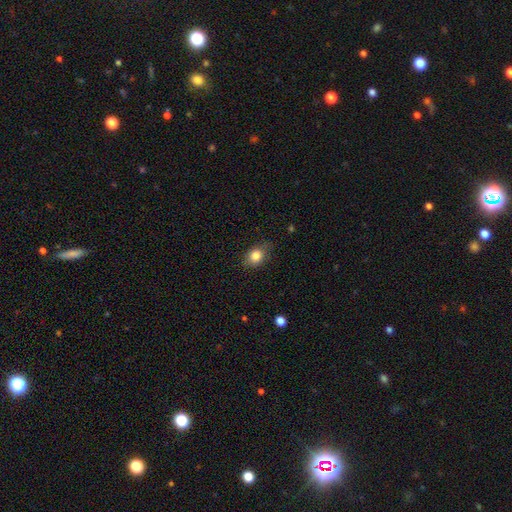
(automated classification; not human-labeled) The model was most divided on "how rounded": in between: 61%, round: 37%, cigar-shaped: 2%. More confident: smooth or featured — smooth (83%); merging — none (75%).